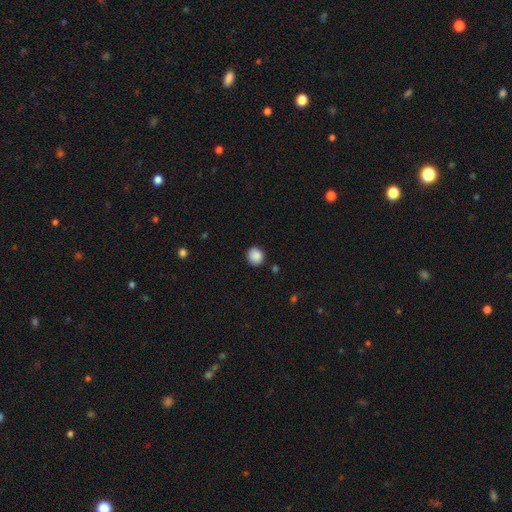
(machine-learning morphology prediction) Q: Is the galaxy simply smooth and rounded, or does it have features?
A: smooth — 88%.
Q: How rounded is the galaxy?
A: round — 84%.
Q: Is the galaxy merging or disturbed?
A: none — 87%.